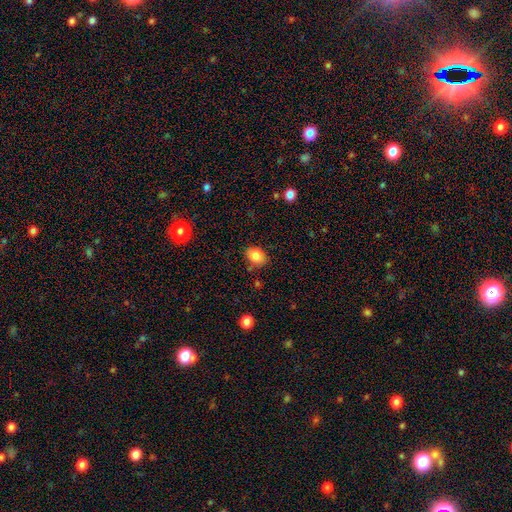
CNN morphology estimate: smooth-or-featured: smooth: 84% | star or artifact: 9% | featured or disk: 7%
  how-rounded: in between: 68% | round: 31% | cigar-shaped: 1%
  merging: none: 82% | minor disturbance: 12% | merger: 3% | major disturbance: 3%